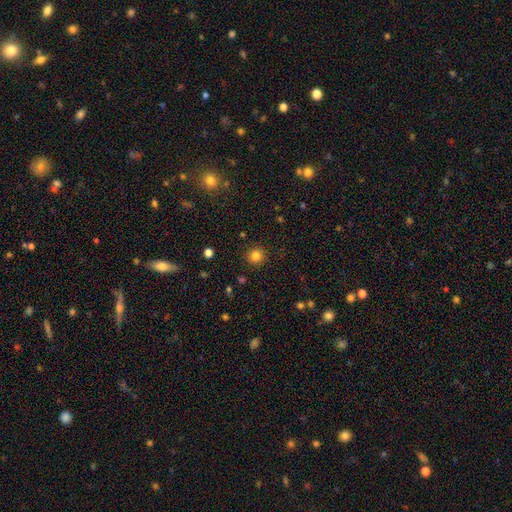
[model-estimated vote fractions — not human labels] A smooth galaxy with no disk features (82%) that is round (94%).

Vote fractions:
- Smooth or featured? smooth: 82% / star or artifact: 13% / featured or disk: 5%
- How rounded? round: 94% / in between: 5% / cigar-shaped: 1%
- Merging? none: 91% / minor disturbance: 6% / major disturbance: 2% / merger: 1%